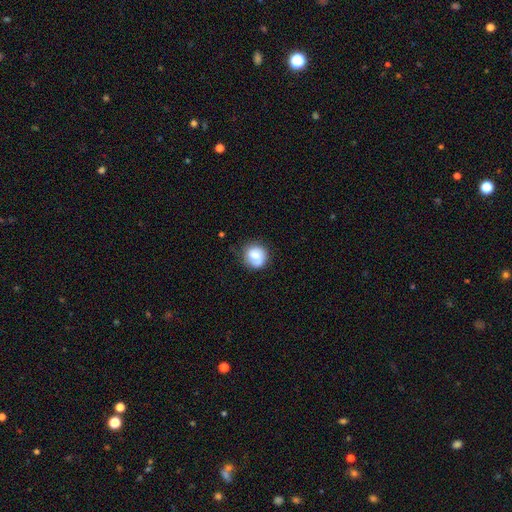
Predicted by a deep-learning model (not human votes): smooth_or_featured: smooth (p=0.71) [alt: featured or disk p=0.20]
how_rounded: round (p=0.84) [alt: in between p=0.15]
merging: none (p=0.64) [alt: minor disturbance p=0.24]